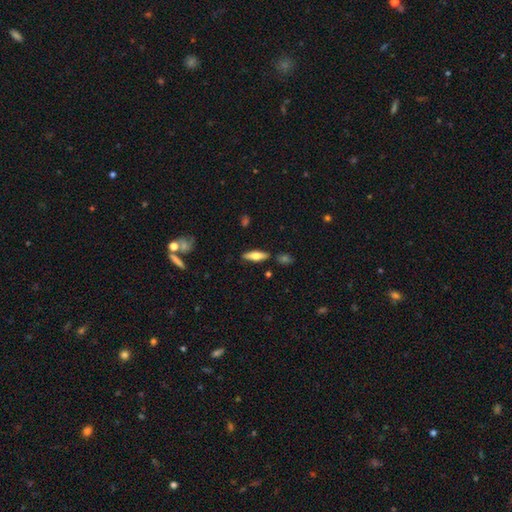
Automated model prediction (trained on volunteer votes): The model was most divided on "how rounded": cigar-shaped: 50%, in between: 48%, round: 2%. More confident: merging — none (84%); smooth or featured — smooth (56%).